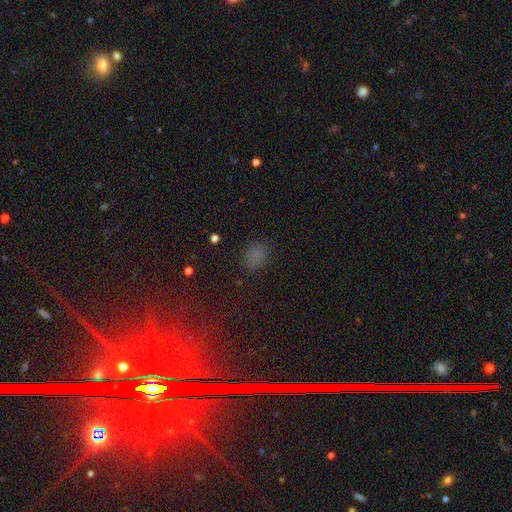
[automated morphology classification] Smooth or featured? Predicted: smooth (p=0.75). How rounded? Predicted: in between (p=0.68). Merging? Predicted: none (p=0.83).